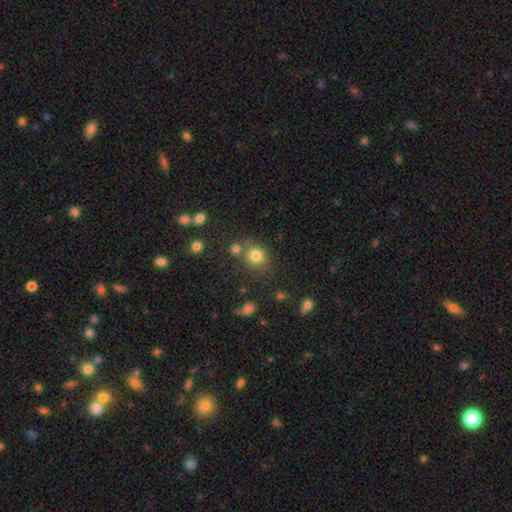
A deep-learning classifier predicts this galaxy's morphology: This appears to be a smooth galaxy with no disk features (80%) that is round (81%). Merging: none (68%).